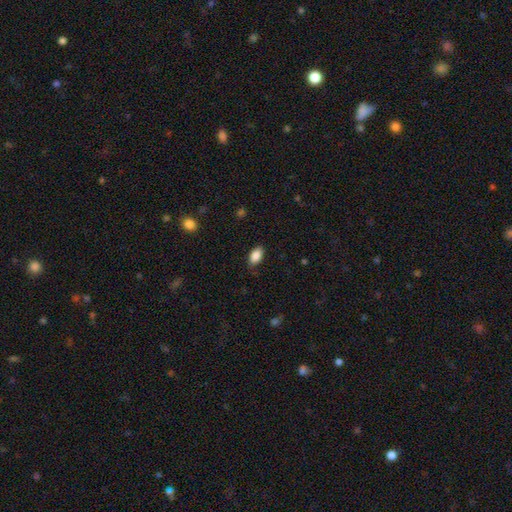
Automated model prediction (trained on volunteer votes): The model was most divided on "merging": none: 84%, minor disturbance: 13%, major disturbance: 3%, merger: 1%. More confident: how rounded — in between (92%); smooth or featured — smooth (88%).